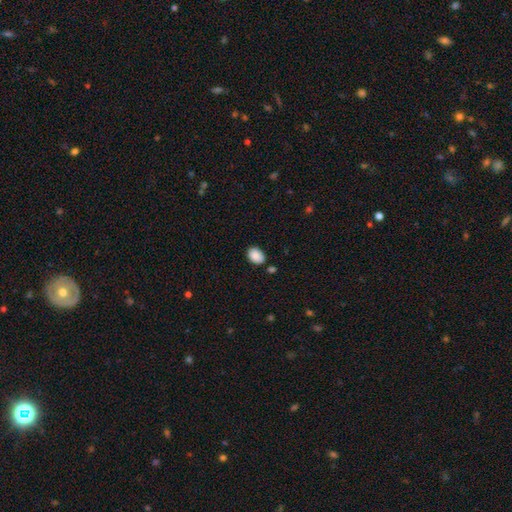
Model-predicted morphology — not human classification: The model was most divided on "how rounded": in between: 79%, round: 20%, cigar-shaped: 1%. More confident: smooth or featured — smooth (89%); merging — none (79%).